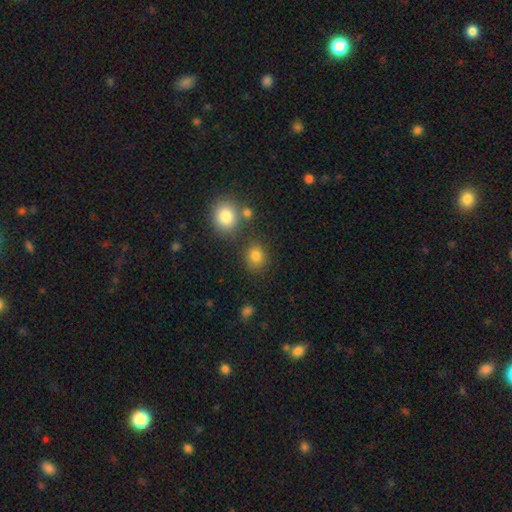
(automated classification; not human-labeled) Smooth or featured?
  - smooth: 81% *
  - star or artifact: 13%
  - featured or disk: 6%
How rounded?
  - round: 74% *
  - in between: 24%
  - cigar-shaped: 1%
Merging?
  - none: 77% *
  - minor disturbance: 10%
  - merger: 9%
  - major disturbance: 4%